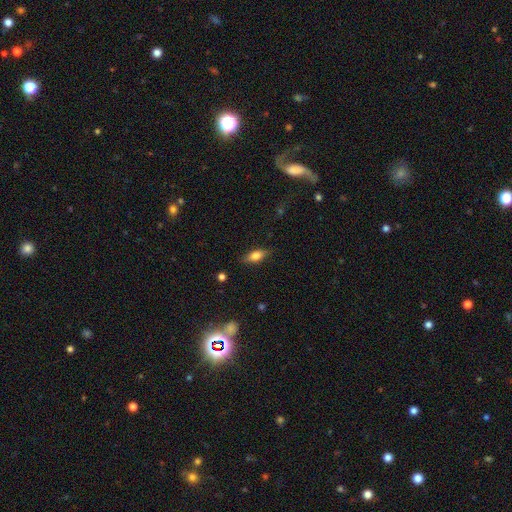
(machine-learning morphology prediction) type=smooth (71%); roundness=in between (78%); merging=none (81%).